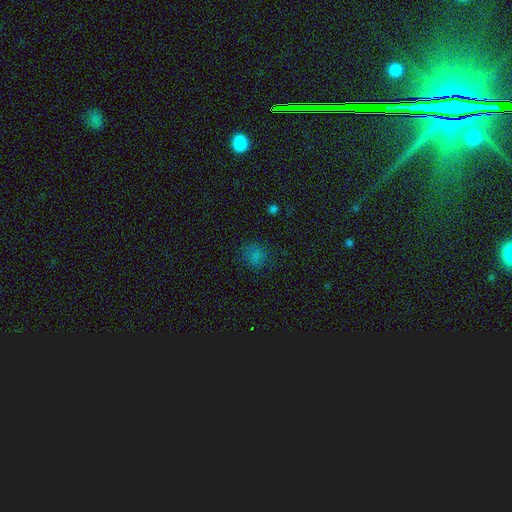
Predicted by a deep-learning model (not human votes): Smooth or featured: smooth — 71% (star or artifact — 22%)
How rounded: round — 73% (in between — 26%)
Merging: none — 76% (minor disturbance — 16%)